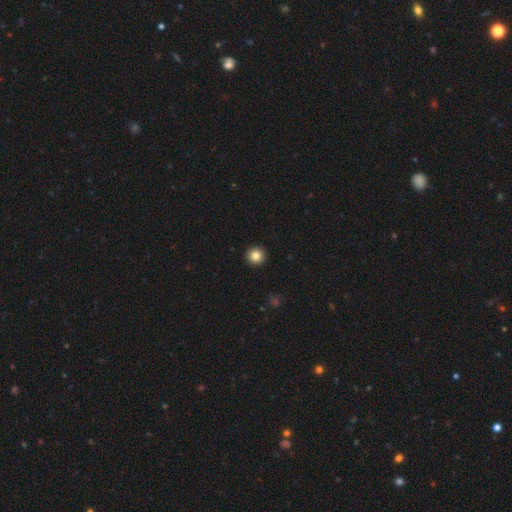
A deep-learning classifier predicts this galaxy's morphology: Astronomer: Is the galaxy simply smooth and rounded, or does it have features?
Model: smooth — 83%.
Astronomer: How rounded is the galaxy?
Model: round — 95%.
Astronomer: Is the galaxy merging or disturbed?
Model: none — 94%.